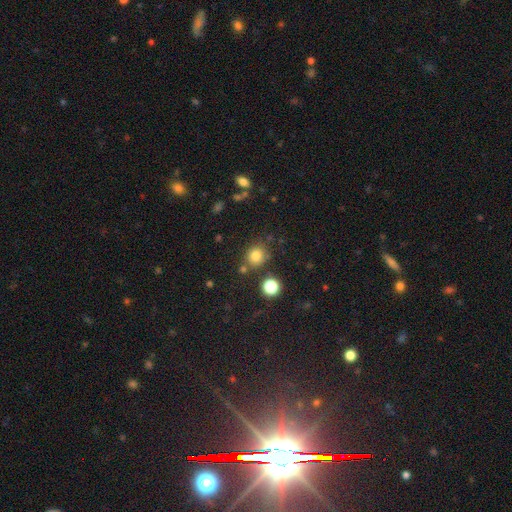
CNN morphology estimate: smooth 79%, star or artifact 15%, featured or disk 6%. Down the decision tree: how rounded — round (81%); merging — none (76%).